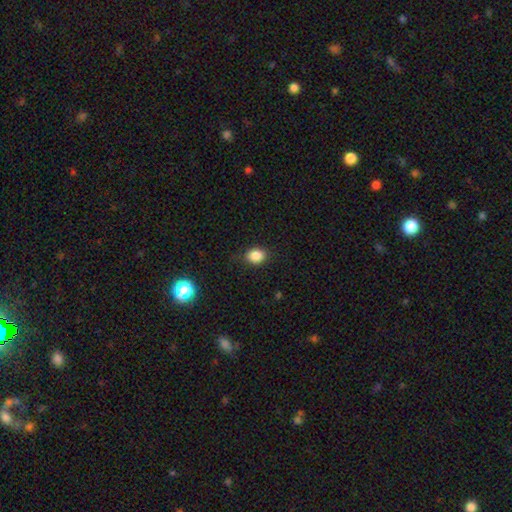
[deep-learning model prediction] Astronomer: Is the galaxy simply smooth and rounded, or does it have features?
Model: smooth — 85%.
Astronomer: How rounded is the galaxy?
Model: round — 52% (runner-up: in between, 47%).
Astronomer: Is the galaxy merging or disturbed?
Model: none — 83%.